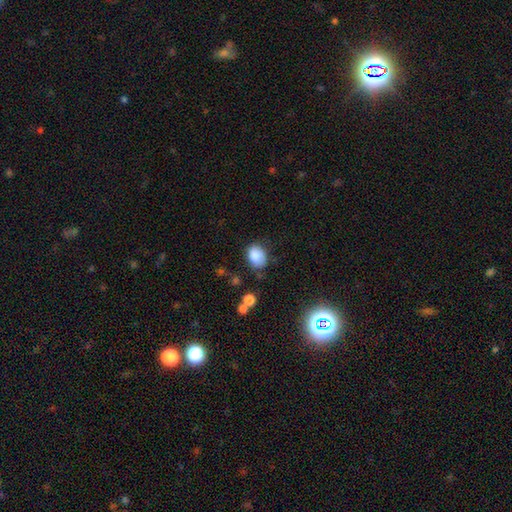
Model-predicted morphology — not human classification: A smooth galaxy with no disk features (86%) that is in between round and cigar-shaped (68%).

Vote fractions:
- Smooth or featured? smooth: 86% / star or artifact: 9% / featured or disk: 5%
- How rounded? in between: 68% / round: 31% / cigar-shaped: 1%
- Merging? none: 67% / minor disturbance: 24% / major disturbance: 6% / merger: 3%